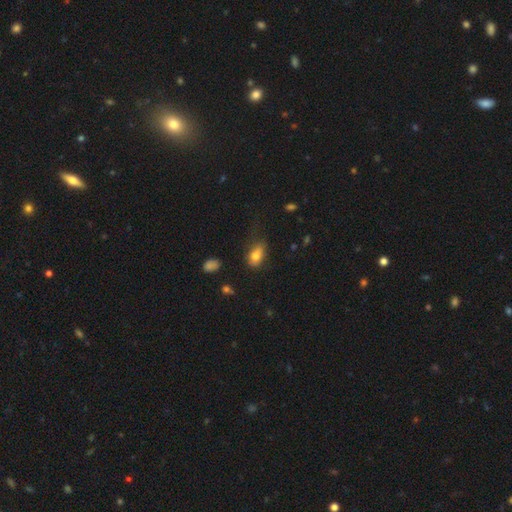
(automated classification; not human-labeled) Smooth or featured? Predicted: smooth (p=0.80). How rounded? Predicted: in between (p=0.86). Merging? Predicted: none (p=0.48).